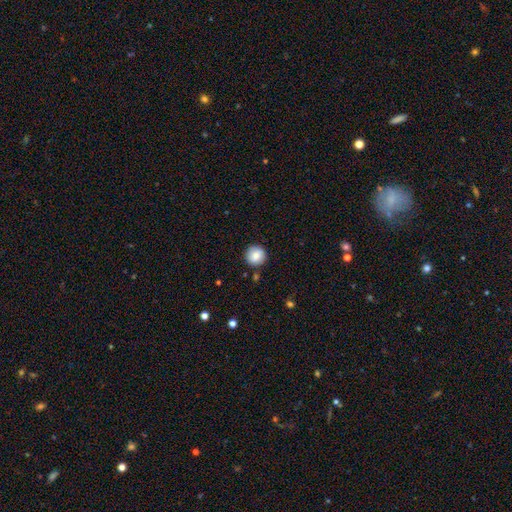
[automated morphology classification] A smooth galaxy with no disk features (83%) that is round (95%).

Vote fractions:
- Smooth or featured? smooth: 83% / star or artifact: 8% / featured or disk: 8%
- How rounded? round: 95% / in between: 4% / cigar-shaped: 1%
- Merging? none: 89% / minor disturbance: 7% / major disturbance: 2% / merger: 2%